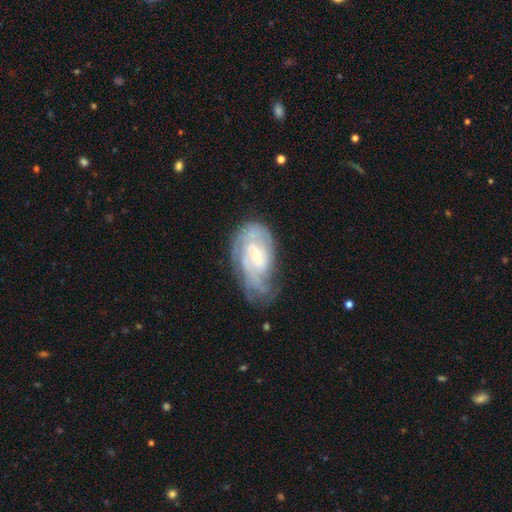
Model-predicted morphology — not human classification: This is likely a featured or disk galaxy (79%). It is clearly not viewed edge-on (96%). Bar: possibly no (46%). Spiral arm pattern: clearly yes (91%). Spiral arm count: marginally can't tell (43%). Spiral winding: likely tight (62%). Central bulge: likely small (62%). Merging: possibly none (52%).